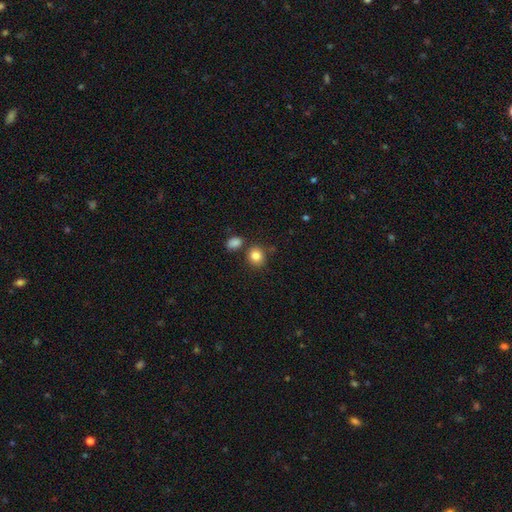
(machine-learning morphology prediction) smooth-or-featured: smooth: 84% | star or artifact: 10% | featured or disk: 6%
  how-rounded: round: 68% | in between: 31% | cigar-shaped: 1%
  merging: none: 74% | merger: 12% | minor disturbance: 11% | major disturbance: 3%